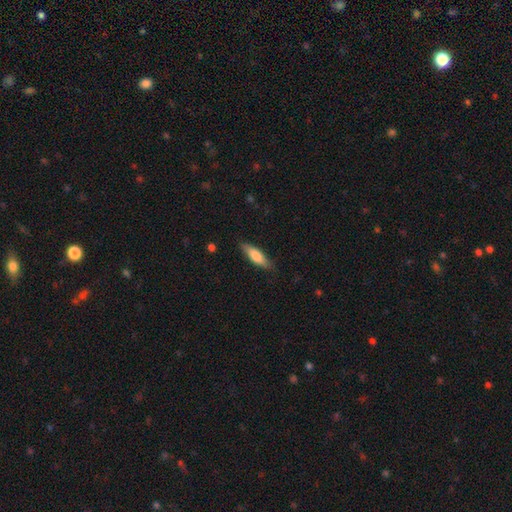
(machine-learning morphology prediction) smooth_or_featured: smooth (p=0.75) [alt: featured or disk p=0.19]
how_rounded: cigar-shaped (p=0.58) [alt: in between p=0.41]
merging: none (p=0.83) [alt: minor disturbance p=0.13]